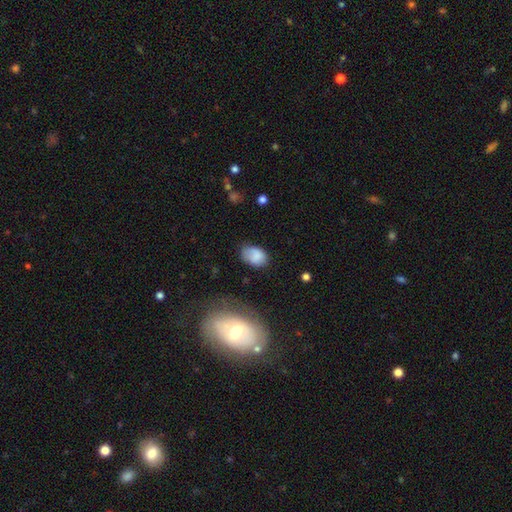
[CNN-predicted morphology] smooth-or-featured: smooth: 80% | featured or disk: 12% | star or artifact: 9%
  how-rounded: in between: 83% | round: 15% | cigar-shaped: 1%
  merging: none: 62% | minor disturbance: 27% | major disturbance: 8% | merger: 3%